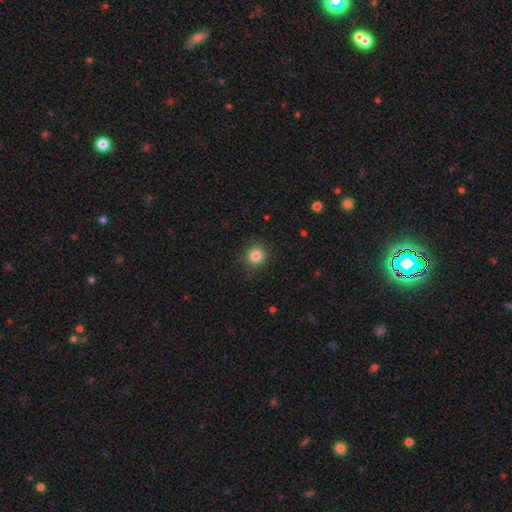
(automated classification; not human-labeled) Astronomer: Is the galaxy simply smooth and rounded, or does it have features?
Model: smooth — 84%.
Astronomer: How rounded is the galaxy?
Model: round — 91%.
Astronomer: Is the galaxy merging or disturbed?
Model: none — 88%.